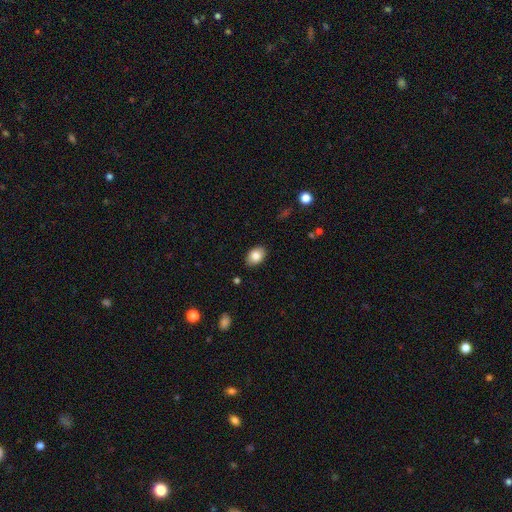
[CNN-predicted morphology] This appears to be a smooth galaxy with no disk features (84%) that is in between round and cigar-shaped (84%). Merging: none (87%).